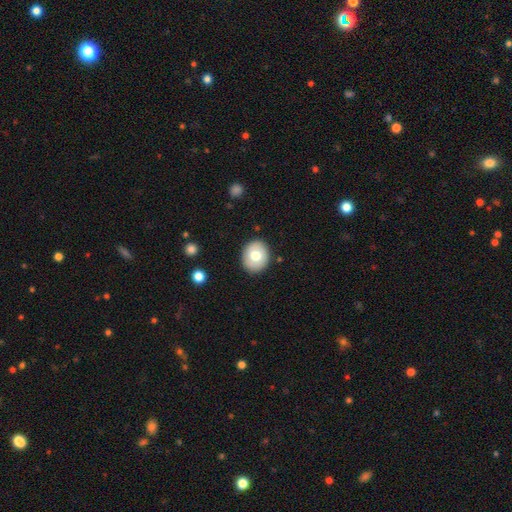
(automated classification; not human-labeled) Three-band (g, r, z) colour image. It shows a smooth galaxy with no disk features (69%) that is round (61%). Merging: none (87%).